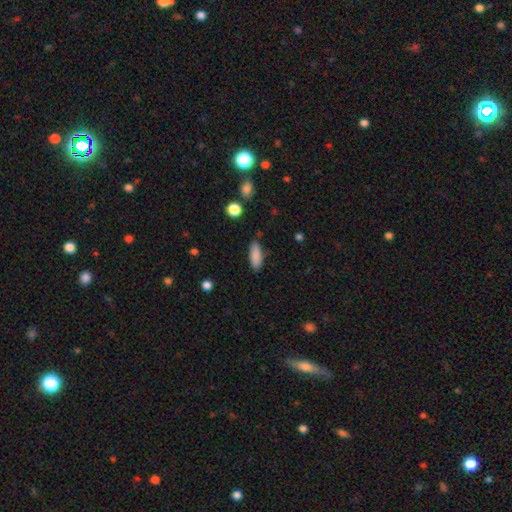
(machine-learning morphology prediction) Smooth or featured? smooth (87%)
How rounded? in between (65%)
Merging? none (84%)